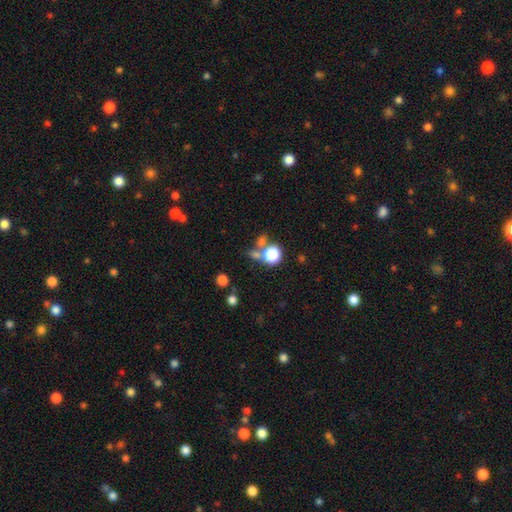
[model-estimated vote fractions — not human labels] Smooth or featured: star or artifact — 52% (smooth — 38%)